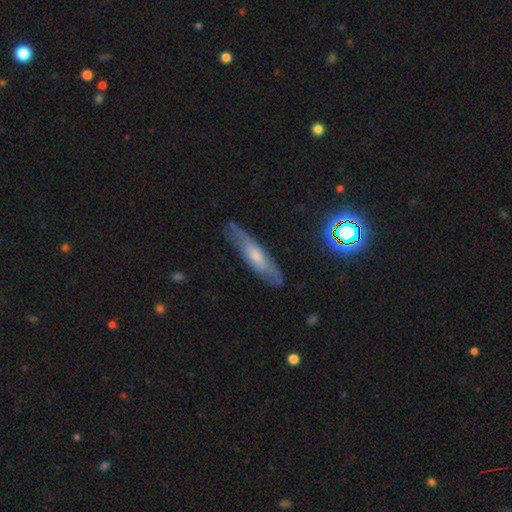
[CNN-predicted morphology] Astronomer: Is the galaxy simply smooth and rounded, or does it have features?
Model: featured or disk — 55% (runner-up: smooth, 34%).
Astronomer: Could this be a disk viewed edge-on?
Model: yes — 55% (runner-up: no, 45%).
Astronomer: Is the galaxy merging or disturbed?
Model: none — 72%.